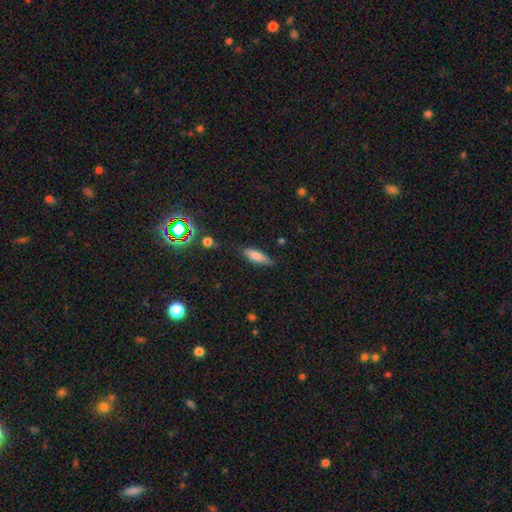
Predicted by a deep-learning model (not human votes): Morphology: type=smooth (73%); roundness=cigar-shaped (49%); merging=none (78%).